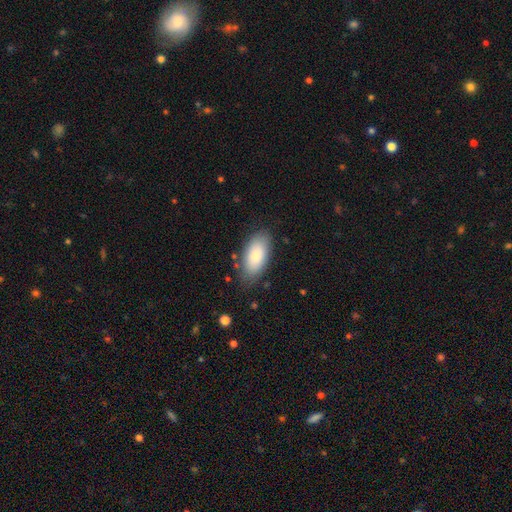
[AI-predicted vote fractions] Smooth or featured: smooth — 78% (featured or disk — 16%)
How rounded: in between — 92% (cigar-shaped — 5%)
Merging: none — 81% (minor disturbance — 14%)